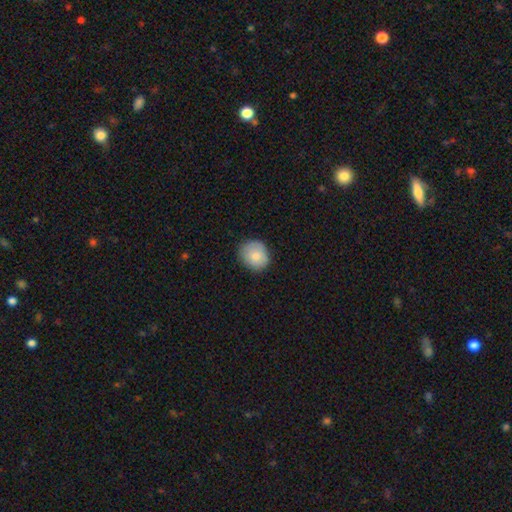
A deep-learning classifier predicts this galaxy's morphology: This appears to be a smooth galaxy with no disk features (82%) that is round (76%). Merging: none (75%).